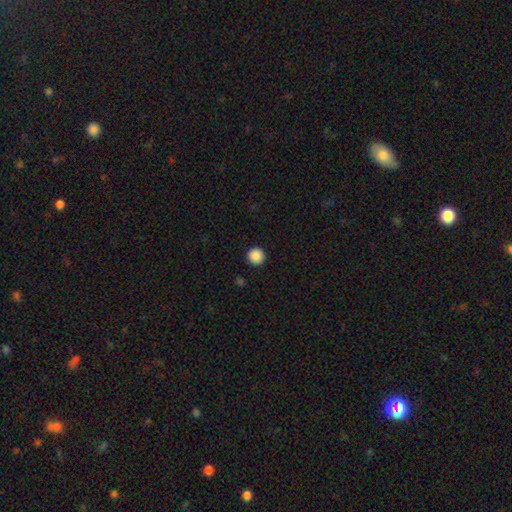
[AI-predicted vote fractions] Smooth or featured? Predicted: smooth (p=0.89). How rounded? Predicted: round (p=0.95). Merging? Predicted: none (p=0.93).